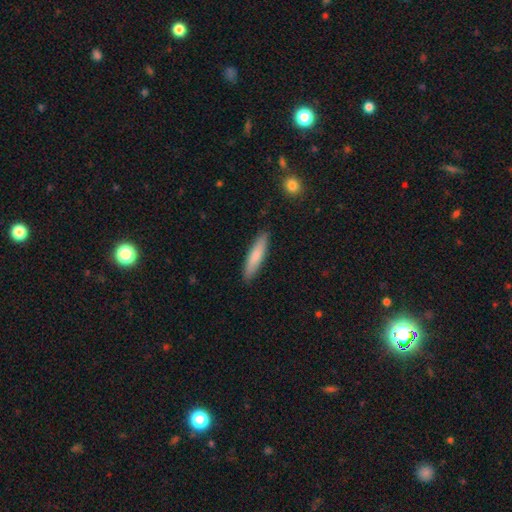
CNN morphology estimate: This appears to be a smooth galaxy with no disk features (78%) that is cigar-shaped (82%). Merging: none (88%).